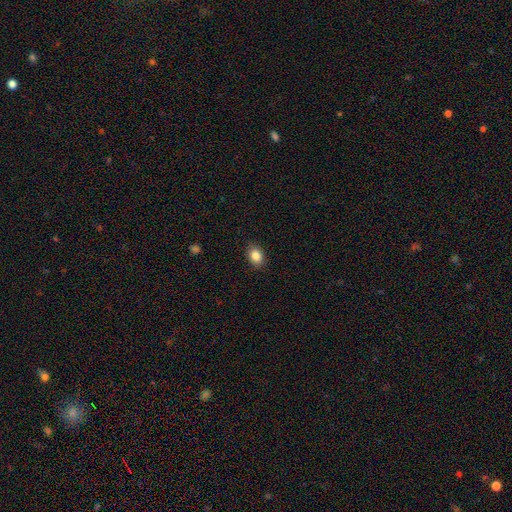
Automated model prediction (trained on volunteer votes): Smooth or featured: smooth — 86% (star or artifact — 9%)
How rounded: in between — 68% (round — 30%)
Merging: none — 89% (minor disturbance — 8%)